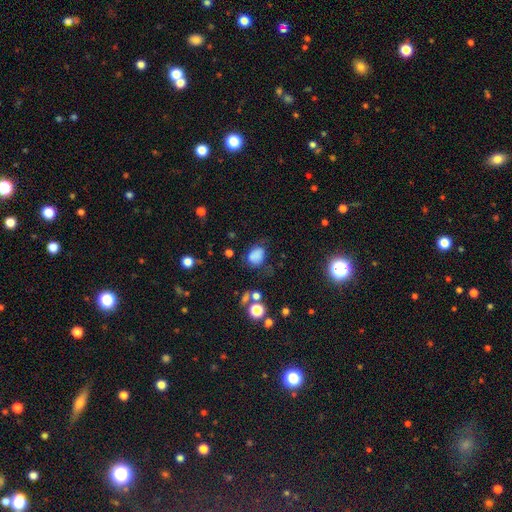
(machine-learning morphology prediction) The model was most divided on "how rounded": in between: 63%, round: 36%, cigar-shaped: 1%. More confident: smooth or featured — smooth (78%); merging — none (55%).